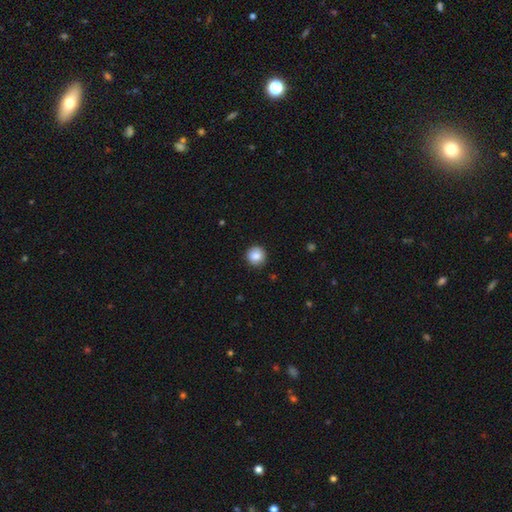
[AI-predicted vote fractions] smooth_or_featured: smooth (p=0.86) [alt: star or artifact p=0.09]
how_rounded: round (p=0.93) [alt: in between p=0.06]
merging: none (p=0.89) [alt: minor disturbance p=0.08]